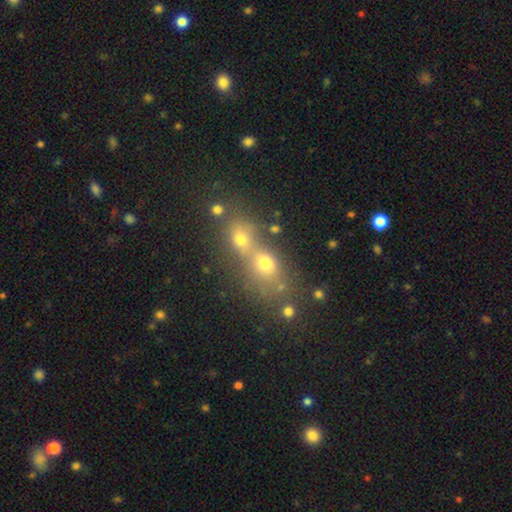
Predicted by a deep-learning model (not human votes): Morphology: type=smooth (50%); roundness=round (66%); merging=merger (56%).